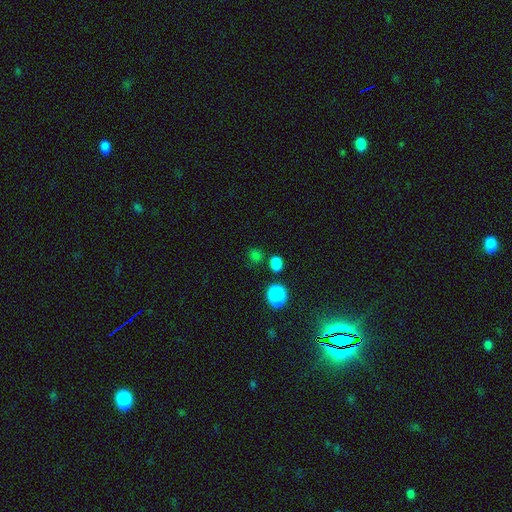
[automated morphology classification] Smooth or featured?
  - smooth: 75% *
  - star or artifact: 20%
  - featured or disk: 4%
How rounded?
  - round: 76% *
  - in between: 23%
  - cigar-shaped: 1%
Merging?
  - none: 76% *
  - minor disturbance: 11%
  - merger: 9%
  - major disturbance: 4%